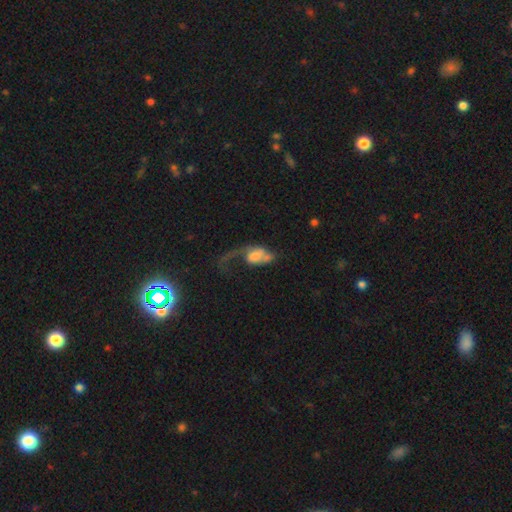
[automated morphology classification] smooth-or-featured: featured or disk: 56% | smooth: 36% | star or artifact: 8%
  disk-edge-on: no: 94% | yes: 6%
    bar: no: 64% | weak: 28% | strong: 8%
    has-spiral-arms: yes: 71% | no: 29%
    bulge-size: none: 25% | moderate: 24% | large: 23% | small: 21% | dominant: 7%
  merging: major disturbance: 58% | none: 19% | minor disturbance: 13% | merger: 10%